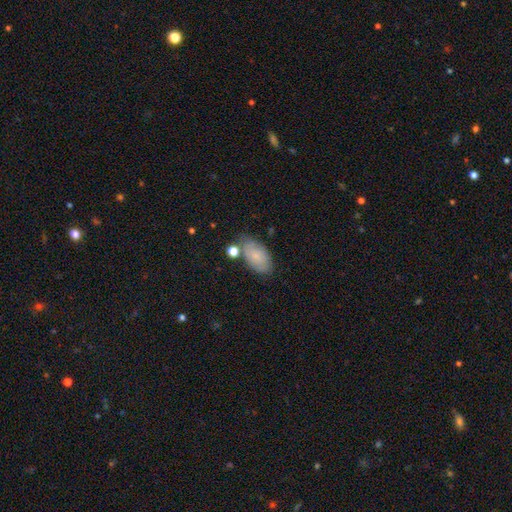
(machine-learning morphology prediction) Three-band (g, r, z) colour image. It shows a smooth galaxy with no disk features (76%) that is in between round and cigar-shaped (93%). Merging: none (68%).